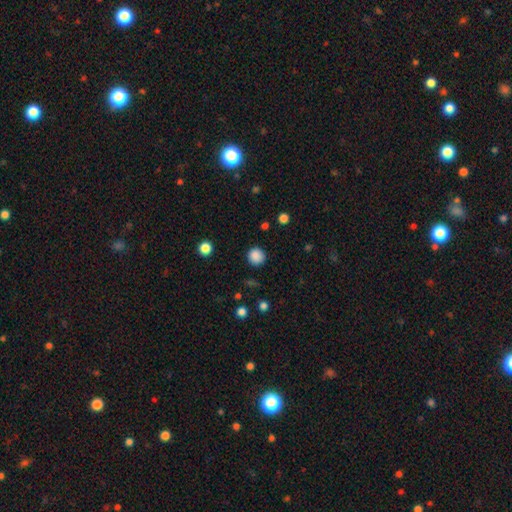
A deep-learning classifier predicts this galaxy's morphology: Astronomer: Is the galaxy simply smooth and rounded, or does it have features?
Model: smooth — 86%.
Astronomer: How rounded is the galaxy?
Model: round — 92%.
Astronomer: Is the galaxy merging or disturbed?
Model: none — 89%.